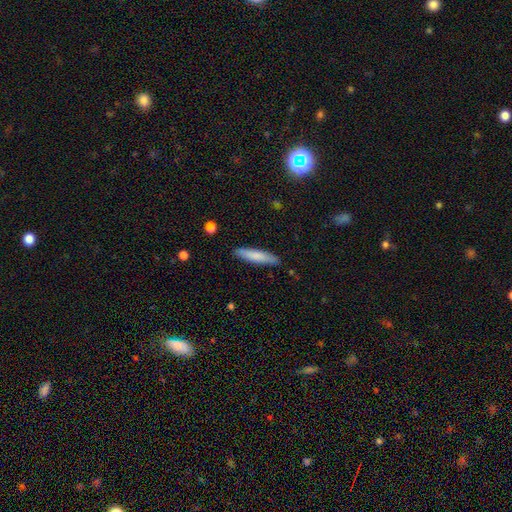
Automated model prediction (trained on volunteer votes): A smooth galaxy with no disk features (77%) that is cigar-shaped (86%). Merging: none (88%).